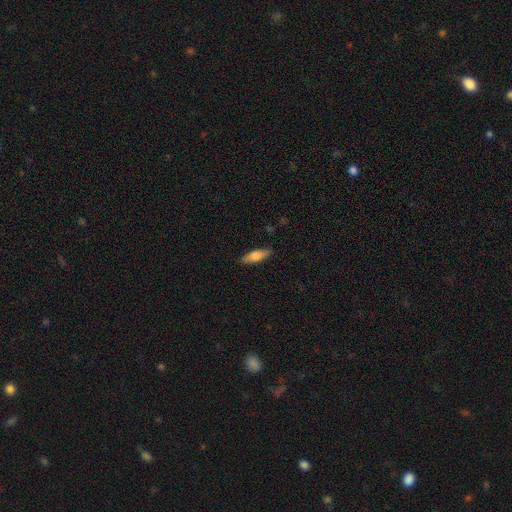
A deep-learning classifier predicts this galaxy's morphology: Q: Smooth or featured?
A: smooth (71%); runner-up: featured or disk (23%)
Q: How rounded?
A: in between (52%); runner-up: cigar-shaped (46%)
Q: Merging?
A: none (87%); runner-up: minor disturbance (10%)